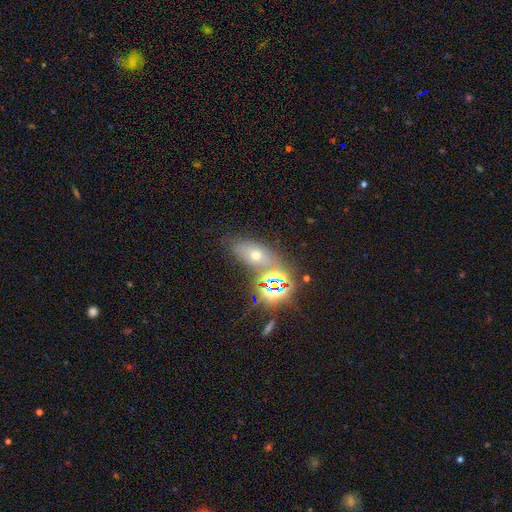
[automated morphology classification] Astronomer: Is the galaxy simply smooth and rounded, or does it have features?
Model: smooth — 49% (runner-up: star or artifact, 31%).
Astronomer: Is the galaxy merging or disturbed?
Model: none — 64%.